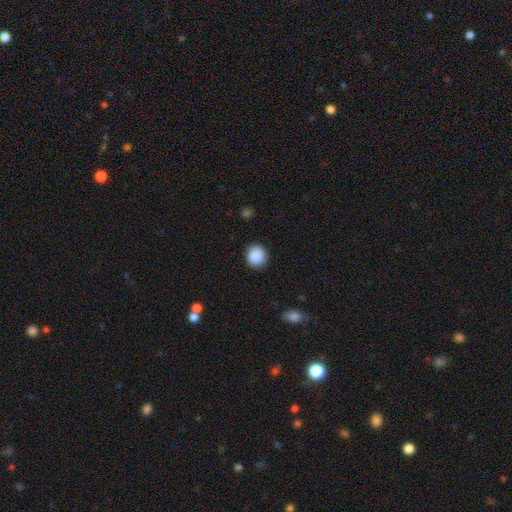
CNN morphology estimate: Smooth or featured? Predicted: smooth (p=0.89). How rounded? Predicted: round (p=0.86). Merging? Predicted: none (p=0.90).